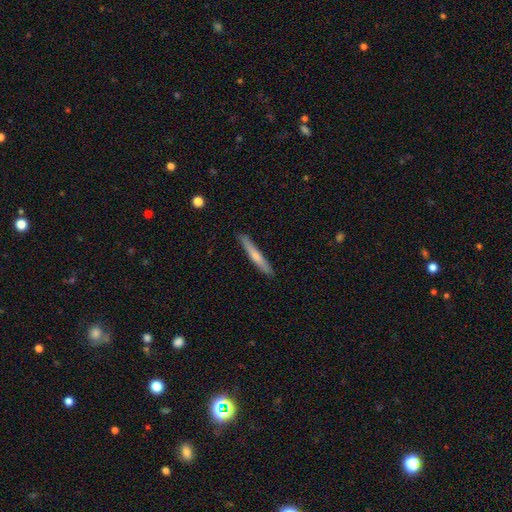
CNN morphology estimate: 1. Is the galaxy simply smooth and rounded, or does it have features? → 57% smooth, 37% featured or disk, 6% star or artifact.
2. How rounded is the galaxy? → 95% cigar-shaped, 4% in between, 1% round.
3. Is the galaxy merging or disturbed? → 89% none, 8% minor disturbance, 2% major disturbance, 1% merger.